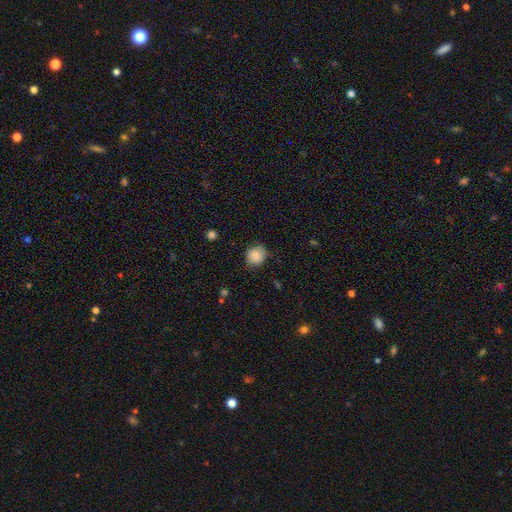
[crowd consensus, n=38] Smooth or featured: smooth — 87% (featured or disk — 8%)
How rounded: round — 61% (in between — 39%)
Merging: none — 69% (minor disturbance — 25%)